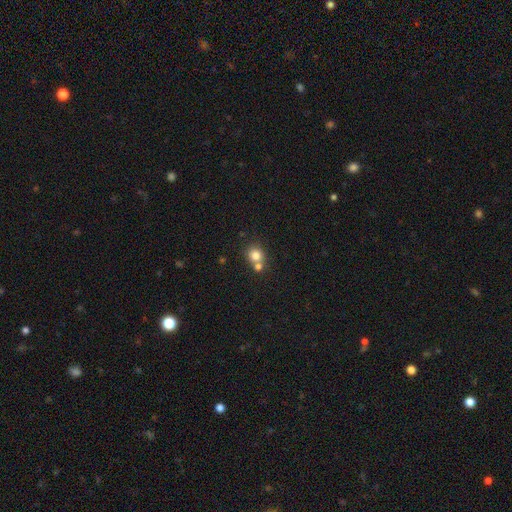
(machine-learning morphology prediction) Smooth or featured? Predicted: smooth (p=0.80). How rounded? Predicted: round (p=0.82). Merging? Predicted: none (p=0.49).